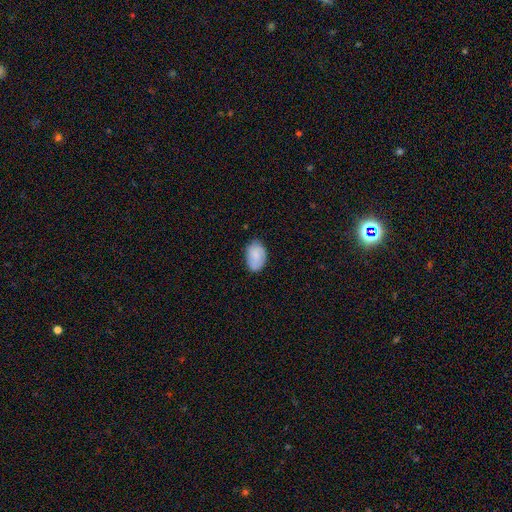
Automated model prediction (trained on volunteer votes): Smooth or featured? smooth (75%)
How rounded? in between (89%)
Merging? none (78%)